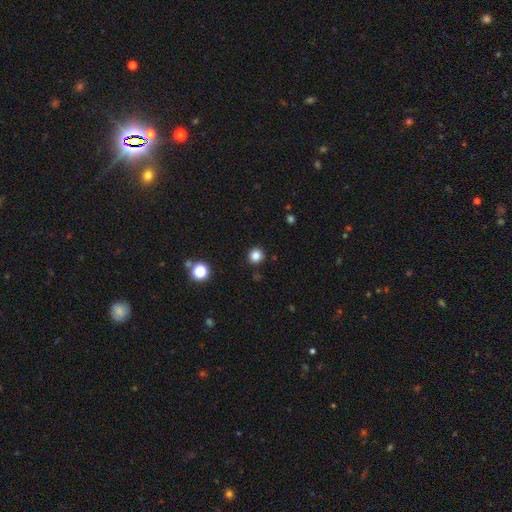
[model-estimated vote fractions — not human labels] This appears to be a smooth galaxy with no disk features (84%) that is round (93%). Merging: none (91%).